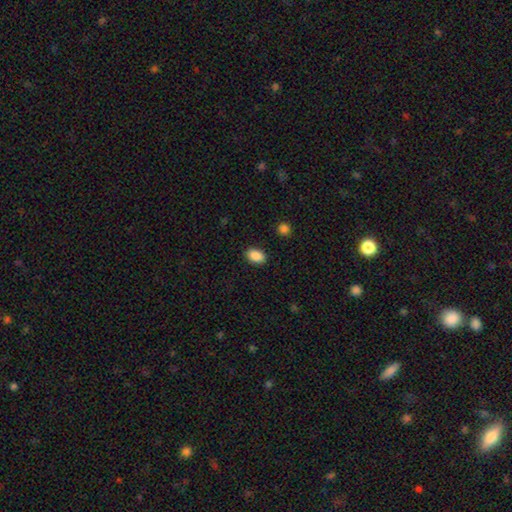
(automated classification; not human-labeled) Overall: smooth (88%). How rounded: in between (84%). Merging: none (89%).